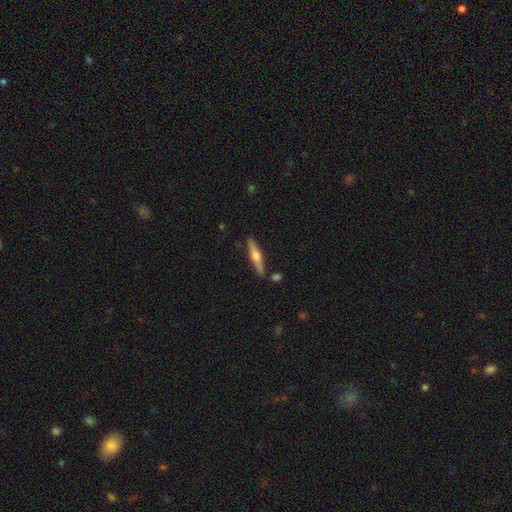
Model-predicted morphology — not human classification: Smooth or featured: featured or disk — 62% (smooth — 32%)
Edge-on disk: yes — 97% (no — 3%)
Edge-on bulge: rounded — 92% (boxy — 5%)
Merging: none — 84% (minor disturbance — 9%)